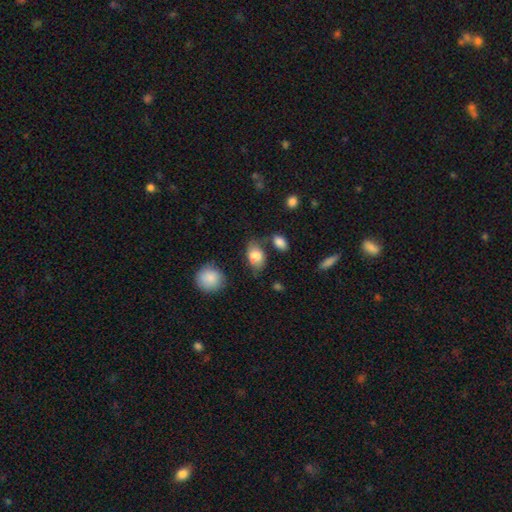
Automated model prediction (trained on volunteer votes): This is likely a smooth galaxy (78%). How rounded: clearly in between (86%). Merging: possibly none (56%).